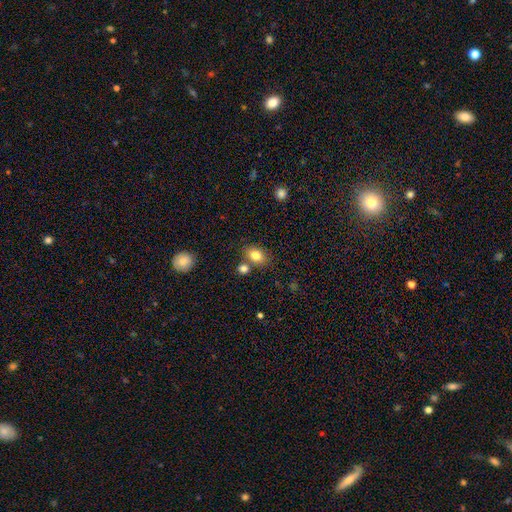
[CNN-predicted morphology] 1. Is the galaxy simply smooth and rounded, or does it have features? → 82% smooth, 10% star or artifact, 8% featured or disk.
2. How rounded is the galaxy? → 67% in between, 31% round, 1% cigar-shaped.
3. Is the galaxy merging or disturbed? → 68% none, 17% merger, 12% minor disturbance, 3% major disturbance.